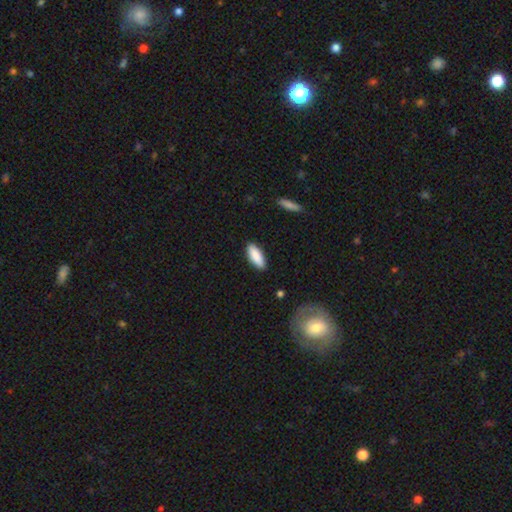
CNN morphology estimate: Q: Smooth or featured?
A: smooth (88%); runner-up: featured or disk (6%)
Q: How rounded?
A: in between (71%); runner-up: cigar-shaped (27%)
Q: Merging?
A: none (87%); runner-up: minor disturbance (10%)